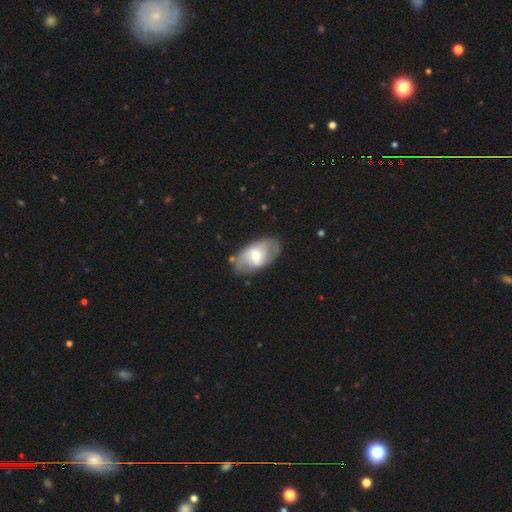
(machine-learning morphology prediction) This is possibly a featured or disk galaxy (52%). It is clearly not viewed edge-on (92%). Merging: likely none (73%).